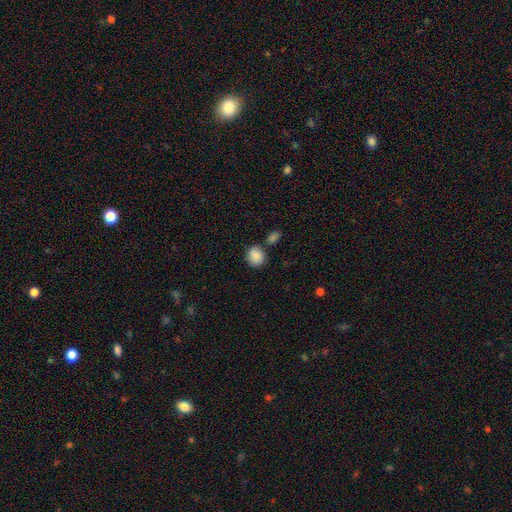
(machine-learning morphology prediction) Smooth or featured: smooth — 88% (star or artifact — 7%)
How rounded: round — 72% (in between — 27%)
Merging: none — 68% (merger — 14%)